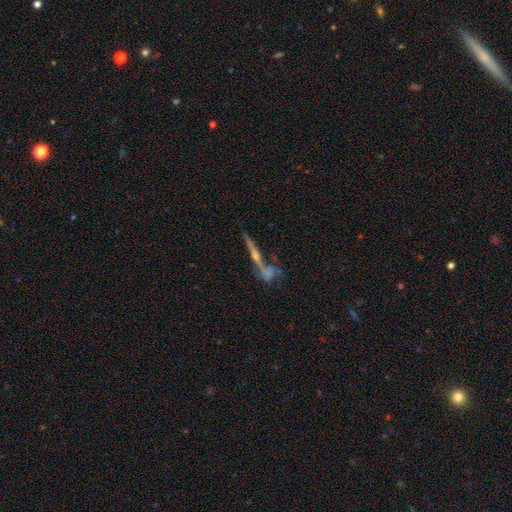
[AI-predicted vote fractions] Smooth or featured? Predicted: featured or disk (p=0.68). Edge-on disk? Predicted: yes (p=0.89). Edge-on bulge? Predicted: rounded (p=0.76). Merging? Predicted: none (p=0.53).